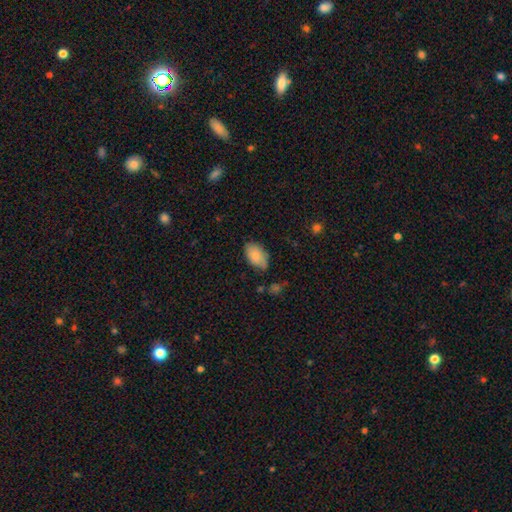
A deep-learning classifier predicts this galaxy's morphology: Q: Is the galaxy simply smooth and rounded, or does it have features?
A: smooth — 82%.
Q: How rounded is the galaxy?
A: in between — 93%.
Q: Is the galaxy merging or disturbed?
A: none — 68%.